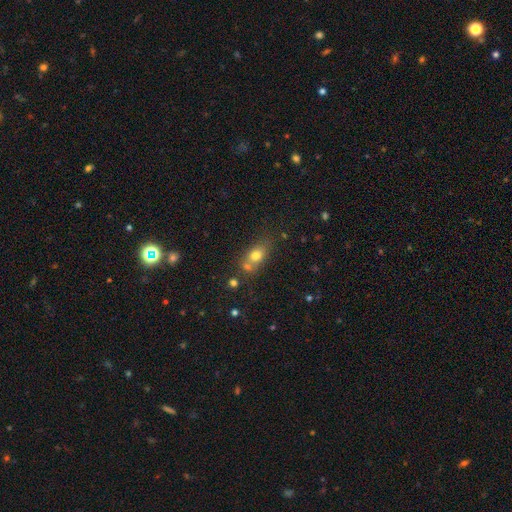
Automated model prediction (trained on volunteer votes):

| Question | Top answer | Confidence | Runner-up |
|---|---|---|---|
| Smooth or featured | smooth | 73% | featured or disk (14%) |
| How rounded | in between | 61% | round (34%) |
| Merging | none | 47% | merger (32%) |